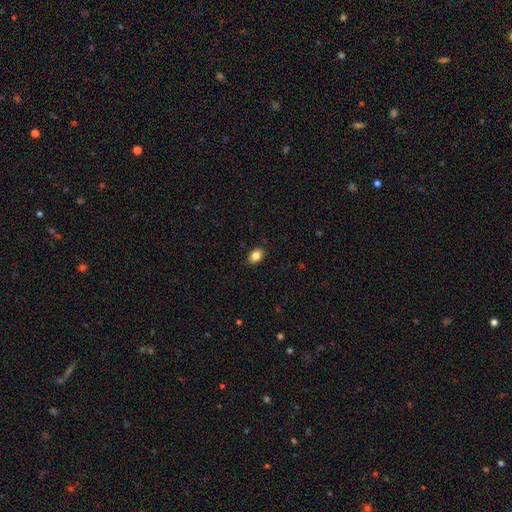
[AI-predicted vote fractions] Smooth or featured: smooth — 85% (star or artifact — 9%)
How rounded: in between — 79% (round — 20%)
Merging: none — 89% (minor disturbance — 8%)